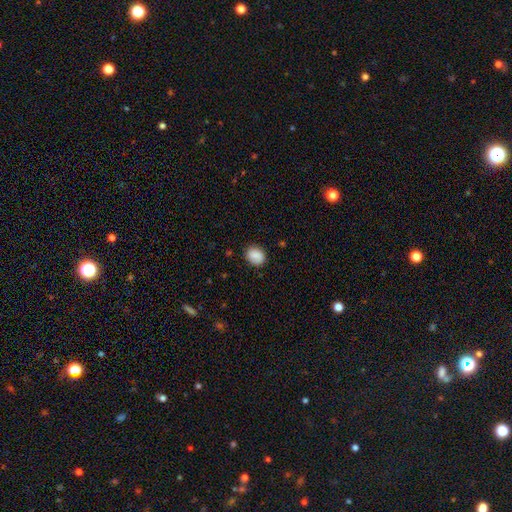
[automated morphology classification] This is clearly a smooth galaxy (86%). How rounded: possibly round (58%). Merging: clearly none (83%).